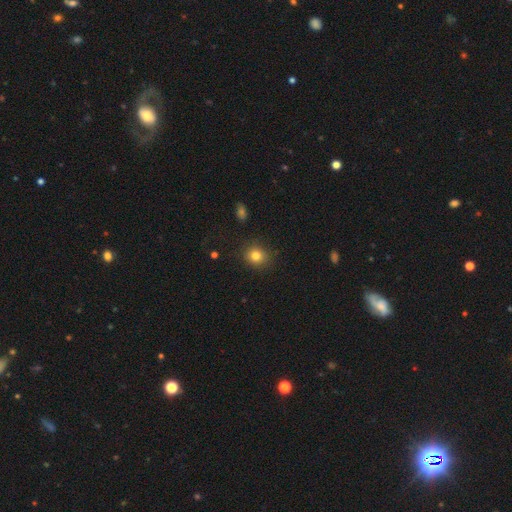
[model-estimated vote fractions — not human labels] Smooth or featured: smooth — 80% (star or artifact — 12%)
How rounded: round — 81% (in between — 18%)
Merging: none — 87% (minor disturbance — 9%)